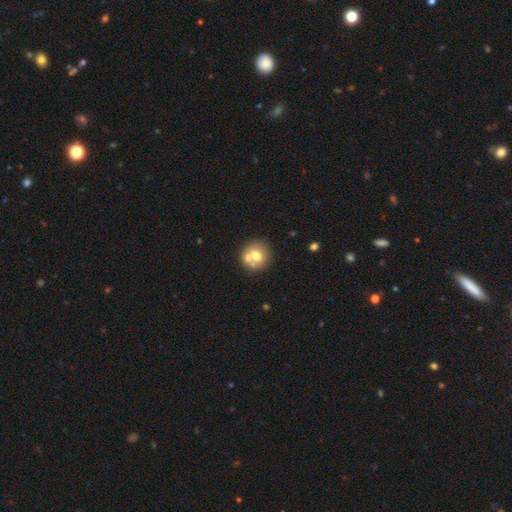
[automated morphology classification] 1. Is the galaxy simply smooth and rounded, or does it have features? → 64% smooth, 26% featured or disk, 10% star or artifact.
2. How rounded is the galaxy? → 89% round, 11% in between, 1% cigar-shaped.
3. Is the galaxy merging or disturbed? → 57% none, 30% merger, 9% minor disturbance, 4% major disturbance.